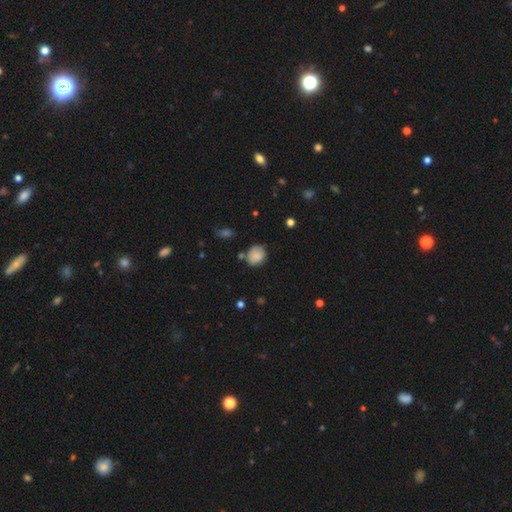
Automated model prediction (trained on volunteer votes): A smooth galaxy with no disk features (80%) that is round (62%).

Vote fractions:
- Smooth or featured? smooth: 80% / featured or disk: 11% / star or artifact: 9%
- How rounded? round: 62% / in between: 37% / cigar-shaped: 1%
- Merging? none: 62% / minor disturbance: 26% / major disturbance: 6% / merger: 6%